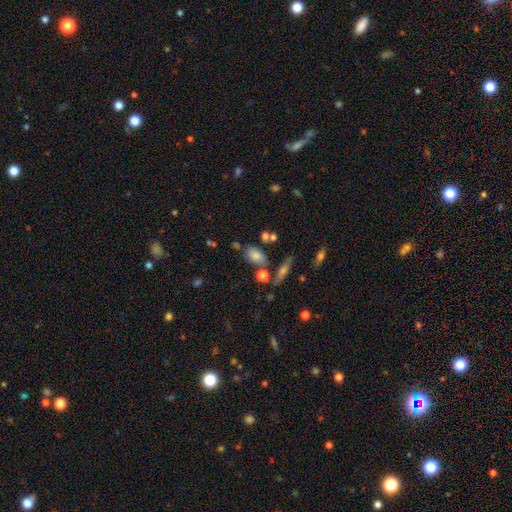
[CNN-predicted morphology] Q: Smooth or featured?
A: smooth (74%); runner-up: featured or disk (15%)
Q: How rounded?
A: in between (88%); runner-up: round (9%)
Q: Merging?
A: none (60%); runner-up: minor disturbance (18%)